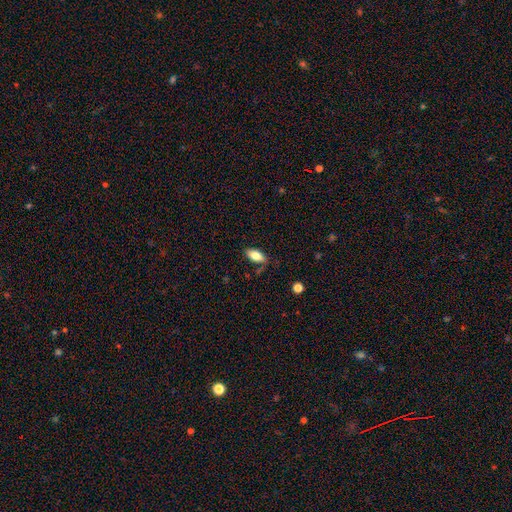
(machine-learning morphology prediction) Overall: smooth (81%). How rounded: in between (90%). Merging: none (77%).